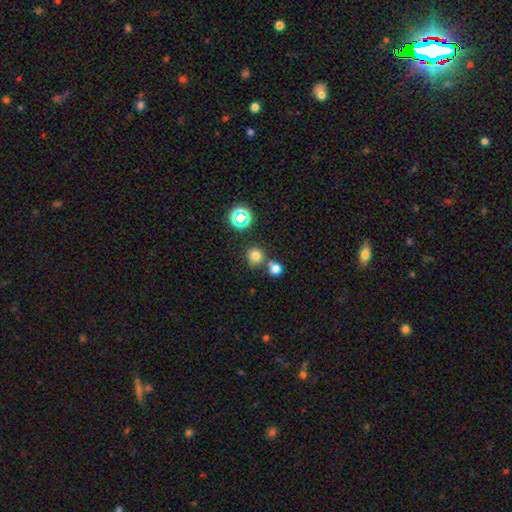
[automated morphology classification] Smooth or featured? Predicted: smooth (p=0.74). How rounded? Predicted: round (p=0.89). Merging? Predicted: none (p=0.63).